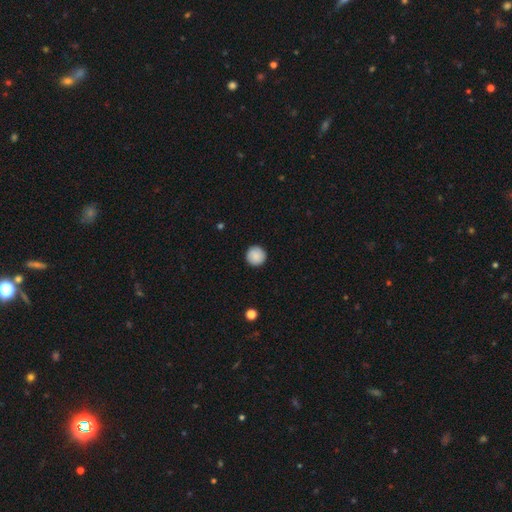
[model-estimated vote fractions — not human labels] smooth 88%, star or artifact 7%, featured or disk 4%. Down the decision tree: how rounded — round (96%); merging — none (92%).